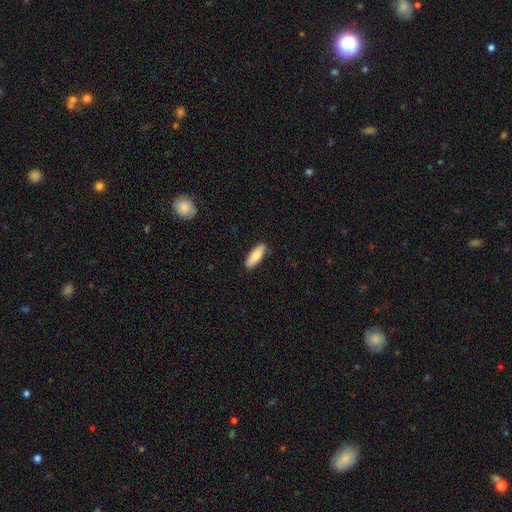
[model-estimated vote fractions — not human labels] This appears to be a smooth galaxy with no disk features (80%) that is in between round and cigar-shaped (59%). Merging: none (86%).